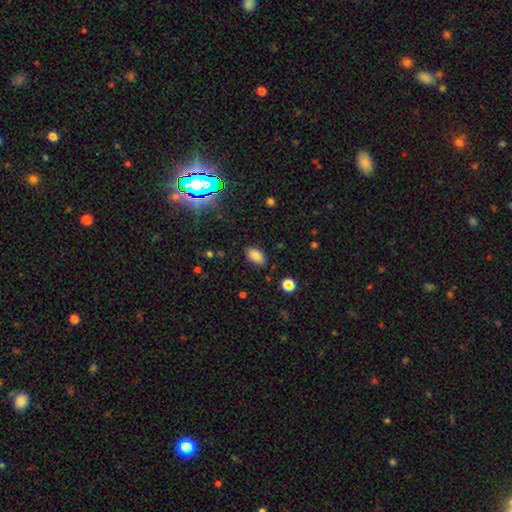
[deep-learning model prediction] Q: Smooth or featured?
A: smooth (83%); runner-up: star or artifact (12%)
Q: How rounded?
A: in between (92%); runner-up: round (6%)
Q: Merging?
A: none (85%); runner-up: minor disturbance (11%)